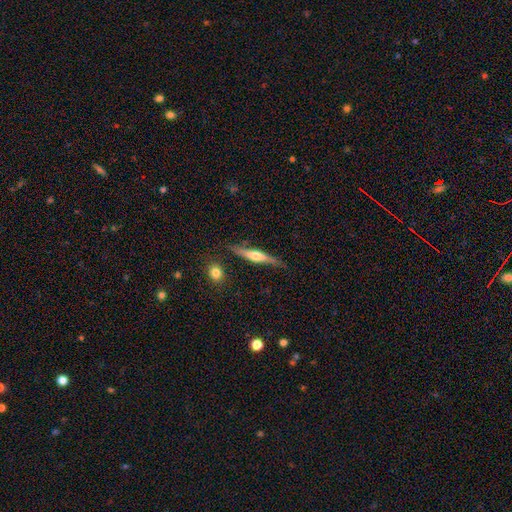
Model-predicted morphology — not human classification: Smooth or featured?
  - featured or disk: 61% *
  - smooth: 33%
  - star or artifact: 6%
Edge-on disk?
  - yes: 94% *
  - no: 6%
Edge-on bulge?
  - rounded: 80% *
  - boxy: 12%
  - none: 8%
Merging?
  - none: 78% *
  - minor disturbance: 15%
  - major disturbance: 3%
  - merger: 3%